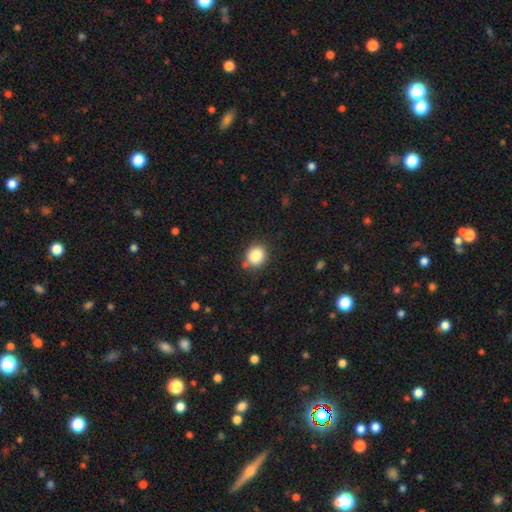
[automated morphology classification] smooth-or-featured: smooth: 85% | star or artifact: 10% | featured or disk: 5%
  how-rounded: round: 79% | in between: 20% | cigar-shaped: 1%
  merging: none: 82% | minor disturbance: 11% | merger: 4% | major disturbance: 3%